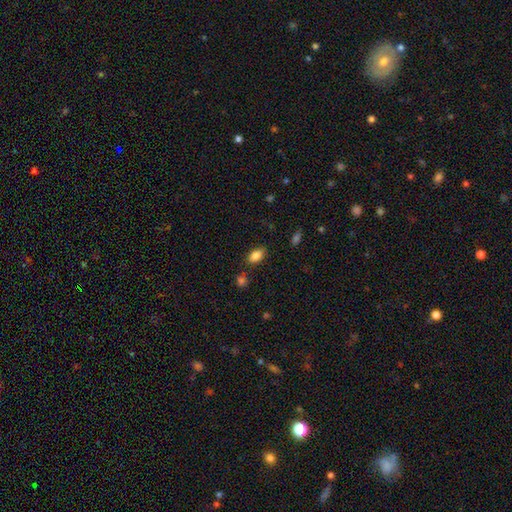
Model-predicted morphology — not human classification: Smooth or featured?
  - smooth: 84% *
  - star or artifact: 9%
  - featured or disk: 7%
How rounded?
  - in between: 89% *
  - round: 8%
  - cigar-shaped: 3%
Merging?
  - none: 81% *
  - minor disturbance: 12%
  - merger: 4%
  - major disturbance: 3%